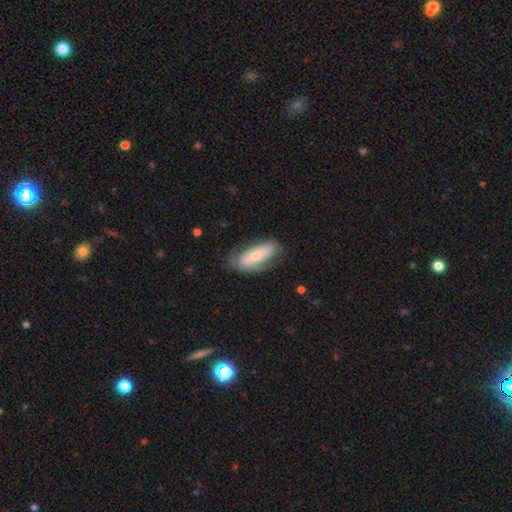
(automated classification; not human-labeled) A smooth galaxy with no disk features (53%) that is in between round and cigar-shaped (78%). Merging: none (65%).